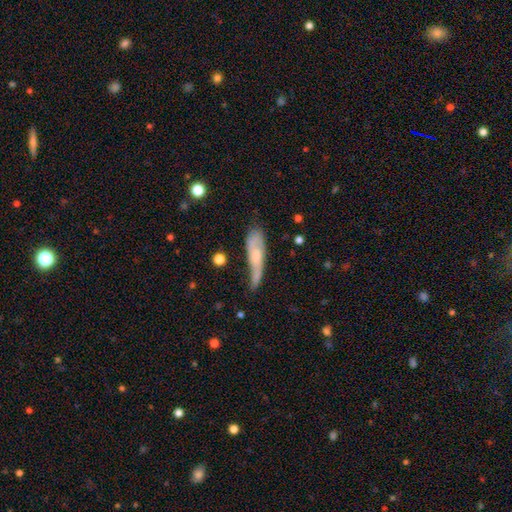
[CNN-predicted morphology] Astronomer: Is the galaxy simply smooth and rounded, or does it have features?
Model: featured or disk — 49% (runner-up: smooth, 44%).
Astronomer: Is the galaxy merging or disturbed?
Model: none — 38% (runner-up: minor disturbance, 36%).